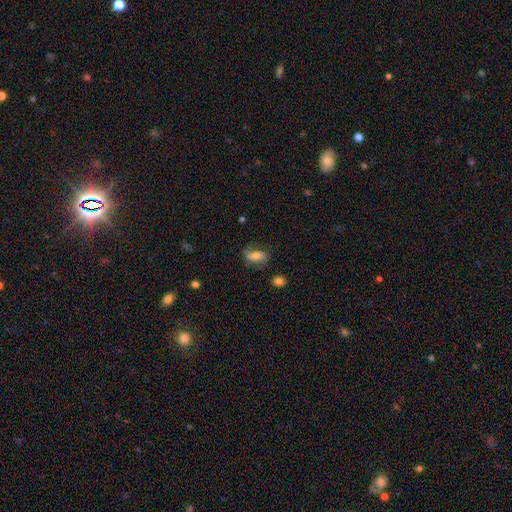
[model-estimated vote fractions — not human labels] smooth_or_featured: featured or disk (p=0.52) [alt: smooth p=0.39]
disk_edge_on: no (p=0.92) [alt: yes p=0.08]
merging: none (p=0.67) [alt: minor disturbance p=0.20]